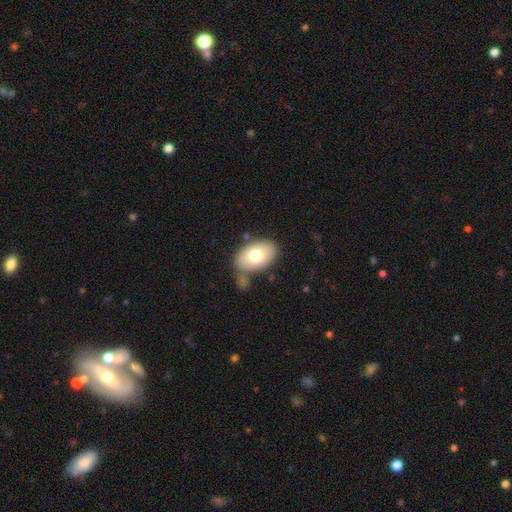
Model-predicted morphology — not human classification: This is likely a smooth galaxy (72%). How rounded: clearly in between (89%). Merging: likely none (64%).